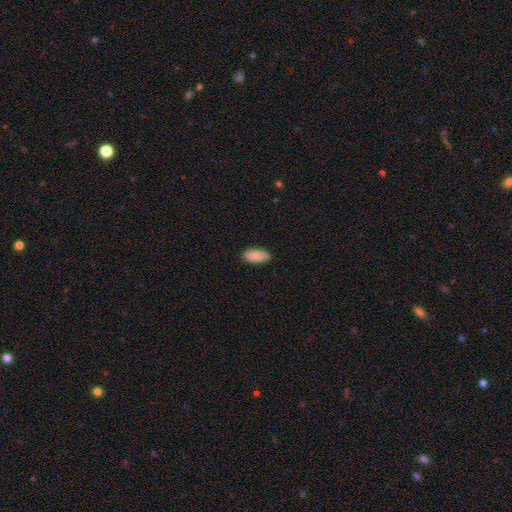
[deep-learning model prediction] This appears to be a smooth galaxy with no disk features (86%) that is in between round and cigar-shaped (93%). Merging: none (85%).